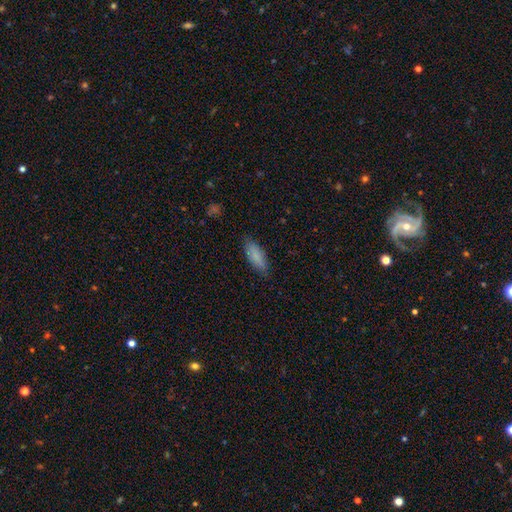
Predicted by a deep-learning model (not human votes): A smooth galaxy with no disk features (85%) that is in between round and cigar-shaped (66%).

Vote fractions:
- Smooth or featured? smooth: 85% / featured or disk: 9% / star or artifact: 7%
- How rounded? in between: 66% / cigar-shaped: 32% / round: 2%
- Merging? none: 82% / minor disturbance: 14% / major disturbance: 3% / merger: 1%